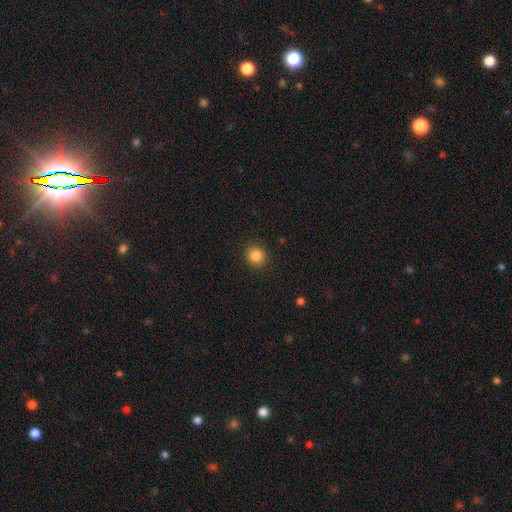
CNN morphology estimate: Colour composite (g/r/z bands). It shows a smooth galaxy with no disk features (86%) that is round (87%). Merging: none (91%).